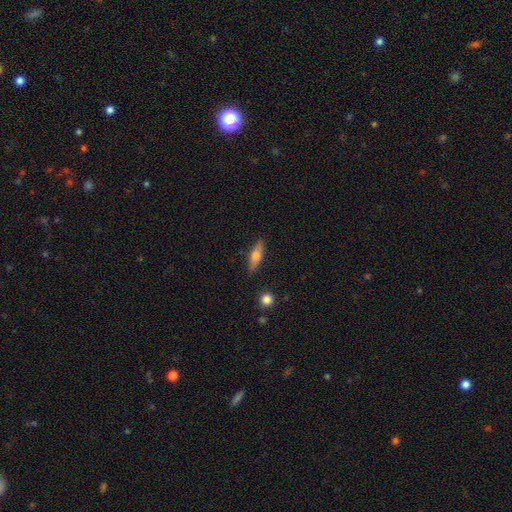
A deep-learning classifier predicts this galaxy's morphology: smooth-or-featured: smooth: 51% | featured or disk: 42% | star or artifact: 7%
  how-rounded: cigar-shaped: 54% | in between: 42% | round: 3%
  merging: none: 86% | minor disturbance: 10% | major disturbance: 2% | merger: 2%